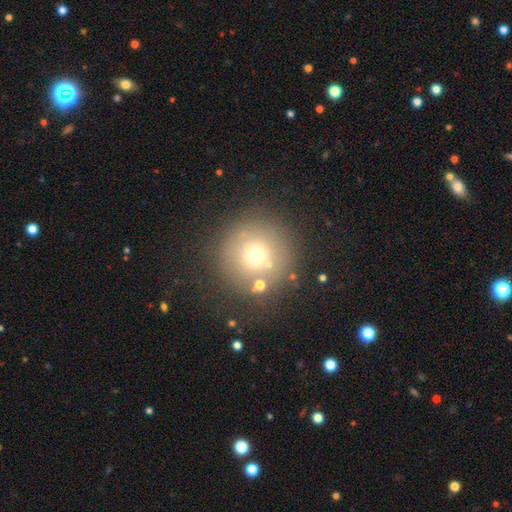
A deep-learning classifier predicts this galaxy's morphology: smooth_or_featured: smooth (p=0.66) [alt: star or artifact p=0.18]
how_rounded: round (p=0.96) [alt: in between p=0.03]
merging: none (p=0.79) [alt: minor disturbance p=0.09]